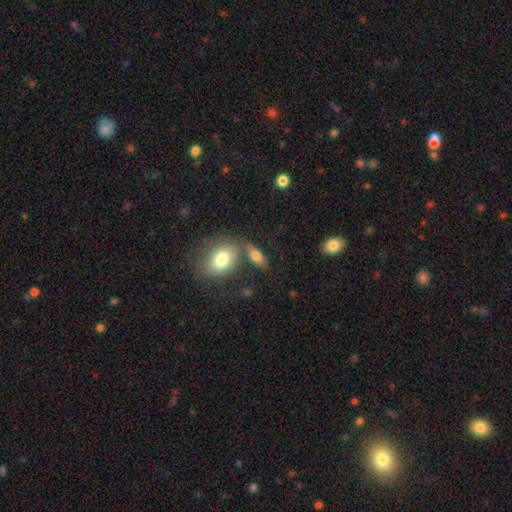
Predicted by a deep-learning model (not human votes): smooth_or_featured: smooth (p=0.71) [alt: featured or disk p=0.20]
how_rounded: in between (p=0.74) [alt: cigar-shaped p=0.18]
merging: none (p=0.57) [alt: merger p=0.24]